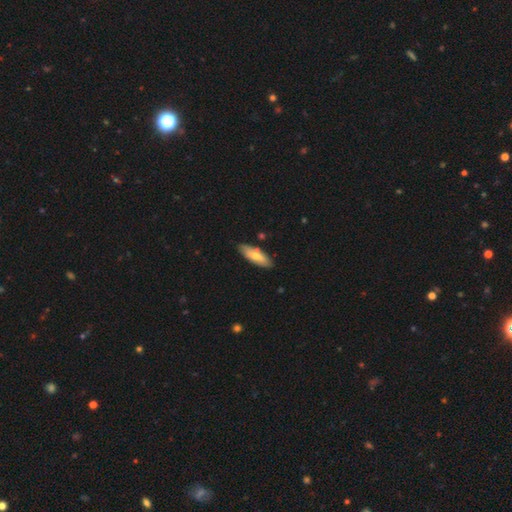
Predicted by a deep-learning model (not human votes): Smooth or featured? smooth (65%)
How rounded? in between (66%)
Merging? none (82%)